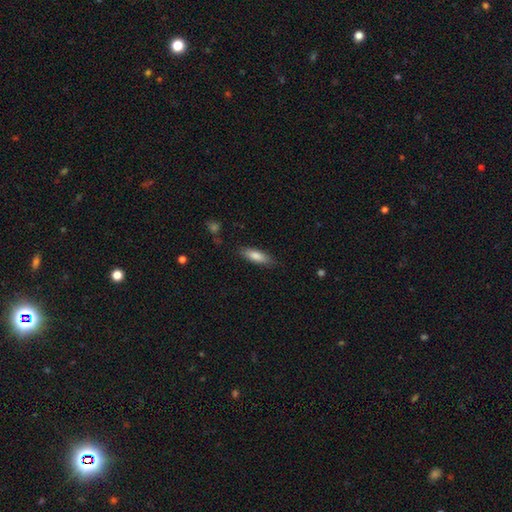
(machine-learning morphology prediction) A smooth galaxy with no disk features (81%) that is in between round and cigar-shaped (51%). Merging: none (83%).